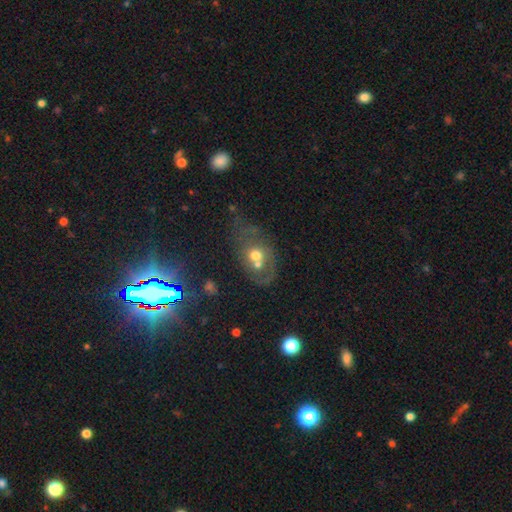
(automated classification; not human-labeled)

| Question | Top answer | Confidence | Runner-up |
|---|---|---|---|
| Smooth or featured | smooth | 48% | featured or disk (40%) |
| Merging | merger | 38% | none (31%) |